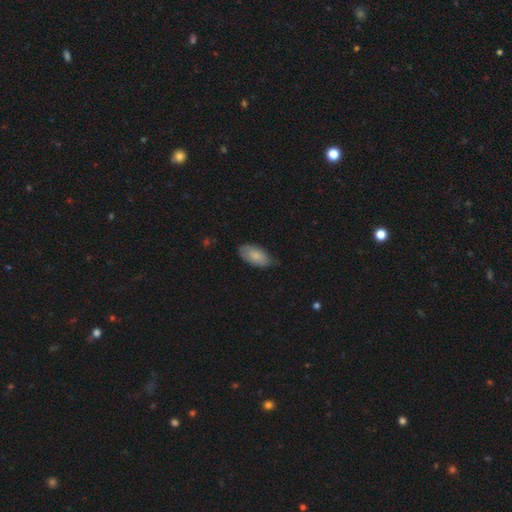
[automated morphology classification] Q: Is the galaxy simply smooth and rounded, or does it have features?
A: smooth — 81%.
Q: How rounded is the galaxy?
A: in between — 94%.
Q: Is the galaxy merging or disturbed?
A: none — 66%.